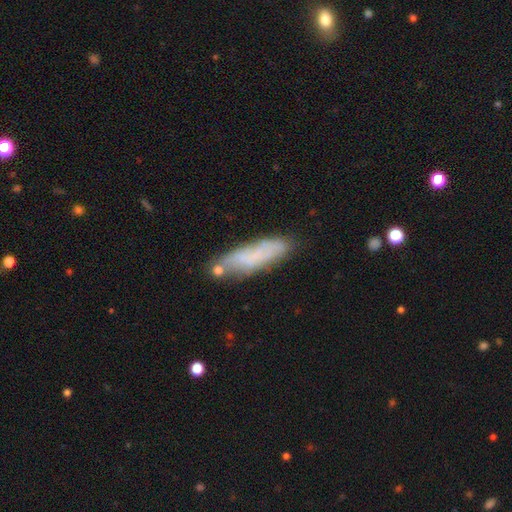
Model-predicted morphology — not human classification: Smooth or featured: smooth — 60% (featured or disk — 30%)
How rounded: cigar-shaped — 68% (in between — 30%)
Merging: none — 71% (minor disturbance — 18%)